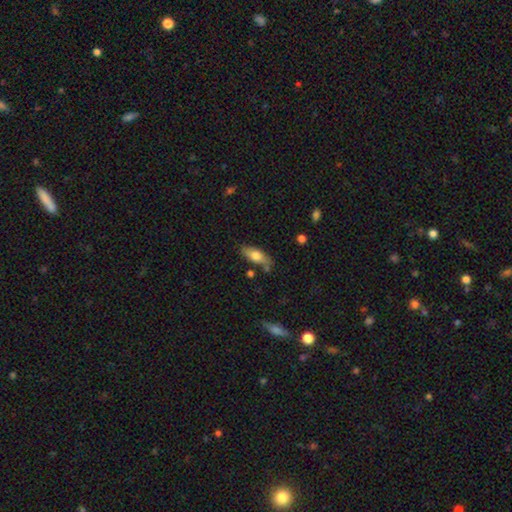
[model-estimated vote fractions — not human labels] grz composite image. It shows a smooth galaxy with no disk features (71%) that is in between round and cigar-shaped (73%). Merging: none (71%).